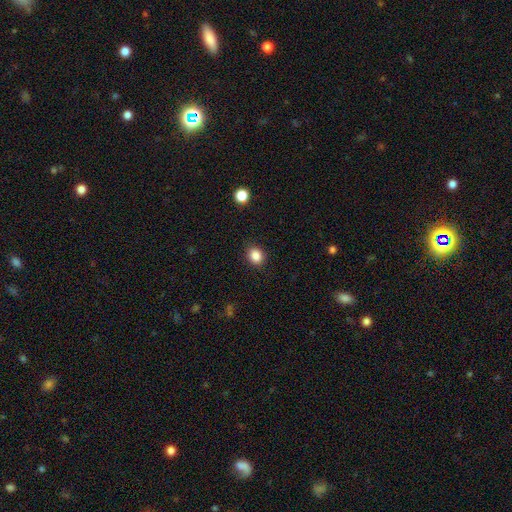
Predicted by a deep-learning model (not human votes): Morphology: type=smooth (86%); roundness=round (66%); merging=none (89%).